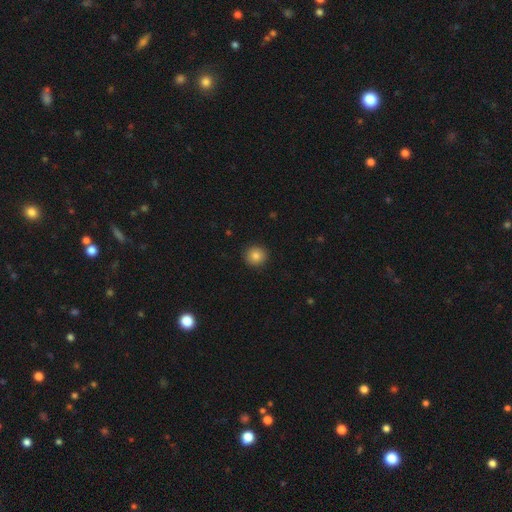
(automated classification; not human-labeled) Q: Smooth or featured?
A: smooth (84%); runner-up: star or artifact (10%)
Q: How rounded?
A: round (93%); runner-up: in between (6%)
Q: Merging?
A: none (92%); runner-up: minor disturbance (5%)